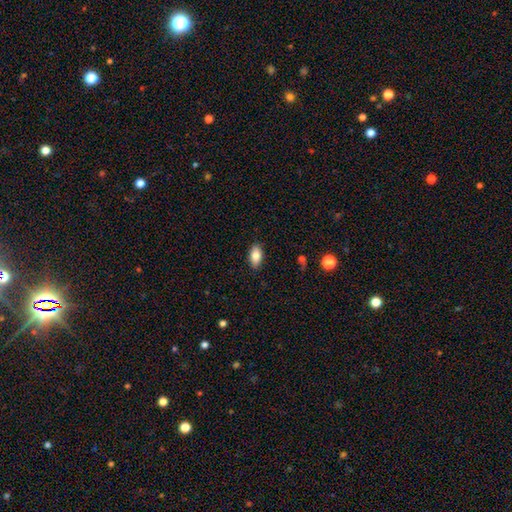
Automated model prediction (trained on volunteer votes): Morphology: type=smooth (82%); roundness=in between (92%); merging=none (88%).